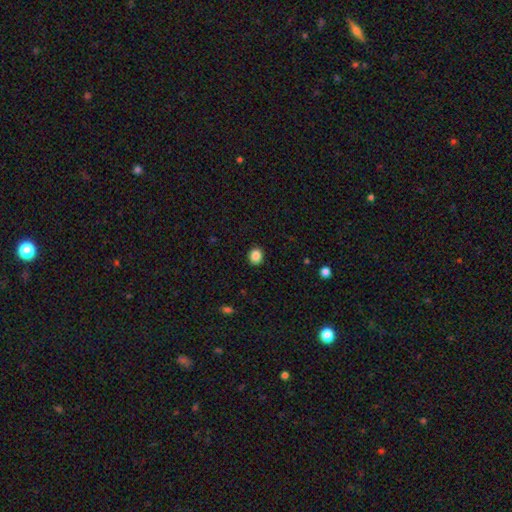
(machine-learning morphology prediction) smooth_or_featured: smooth (p=0.86) [alt: star or artifact p=0.10]
how_rounded: round (p=0.72) [alt: in between p=0.27]
merging: none (p=0.92) [alt: minor disturbance p=0.06]